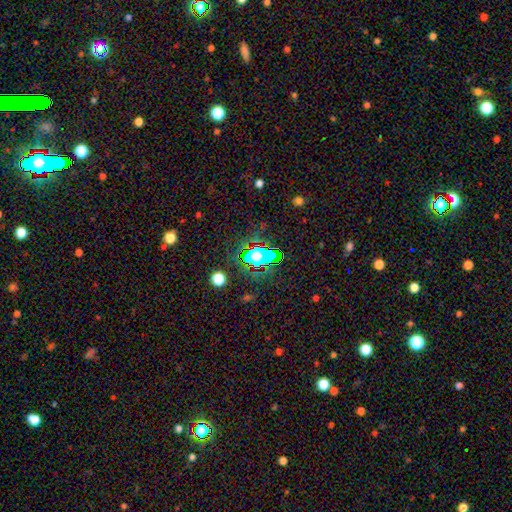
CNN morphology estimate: A star or artifact, not a galaxy (48%).